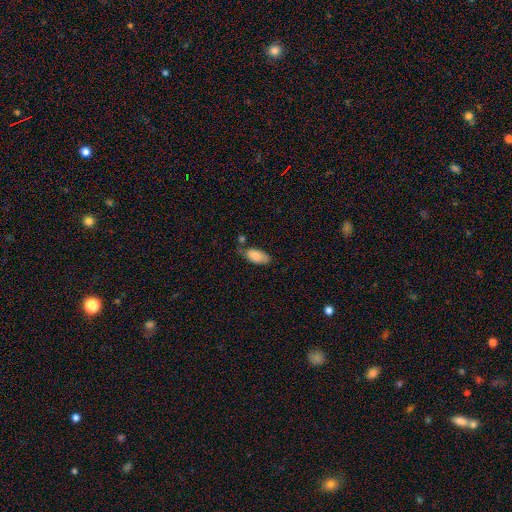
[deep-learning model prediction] Smooth or featured? Predicted: smooth (p=0.85). How rounded? Predicted: in between (p=0.92). Merging? Predicted: none (p=0.51).